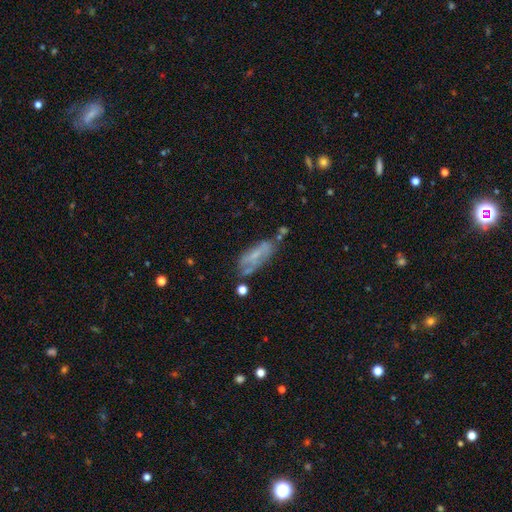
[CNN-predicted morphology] featured or disk 46%, smooth 44%, star or artifact 11%. Down the decision tree: merging — none (46%).